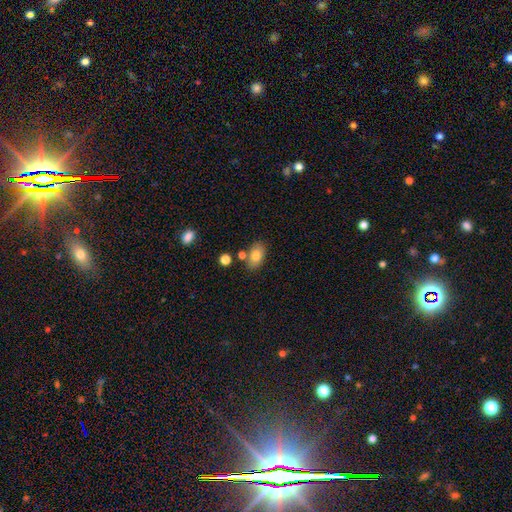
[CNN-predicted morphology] Smooth or featured? Predicted: smooth (p=0.79). How rounded? Predicted: in between (p=0.88). Merging? Predicted: none (p=0.74).